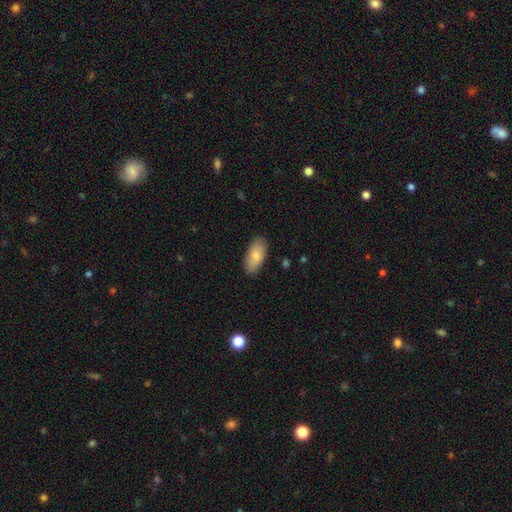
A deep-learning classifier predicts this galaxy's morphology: Smooth or featured? smooth (81%)
How rounded? in between (92%)
Merging? none (85%)